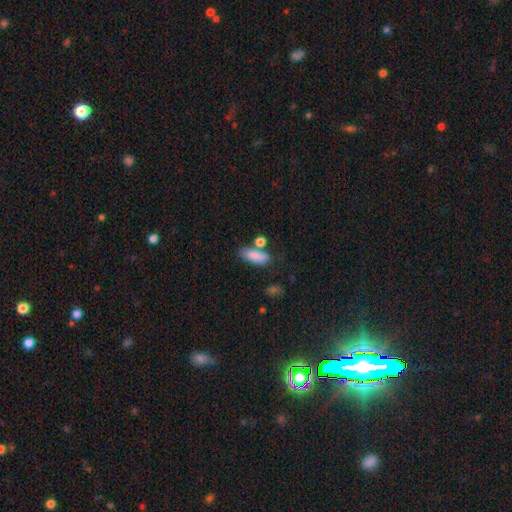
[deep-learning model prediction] Smooth or featured? smooth (84%)
How rounded? in between (76%)
Merging? none (58%)